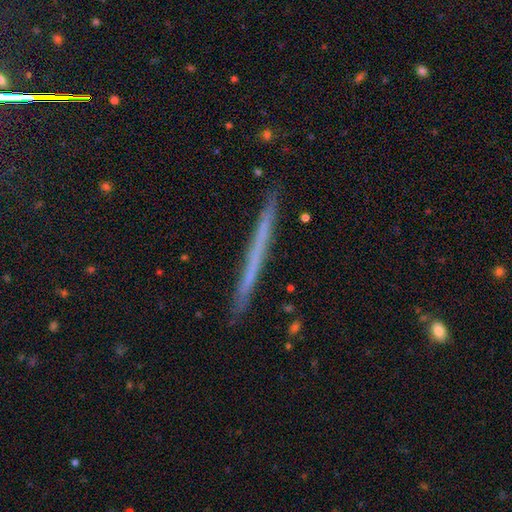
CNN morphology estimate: This is possibly a featured or disk galaxy (49%). Merging: clearly none (91%).